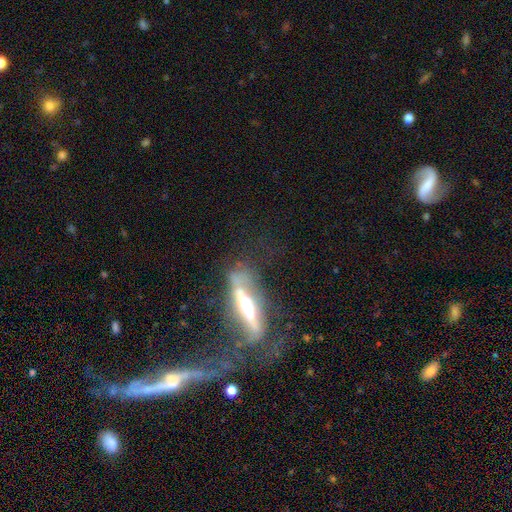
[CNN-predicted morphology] Q: Smooth or featured?
A: featured or disk (66%); runner-up: smooth (21%)
Q: Edge-on disk?
A: yes (61%); runner-up: no (39%)
Q: Merging?
A: merger (33%); runner-up: none (31%)